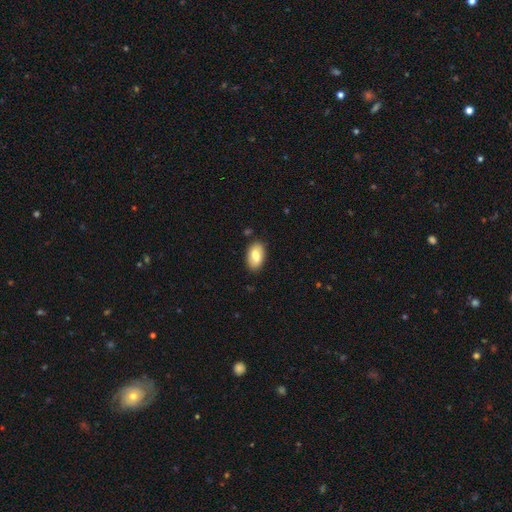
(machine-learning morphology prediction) Smooth or featured? smooth (78%)
How rounded? in between (93%)
Merging? none (85%)